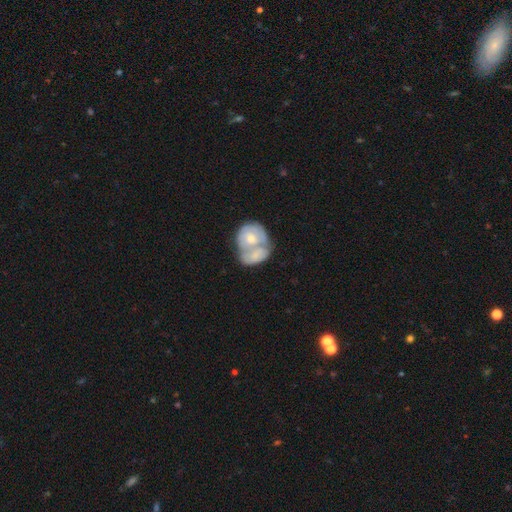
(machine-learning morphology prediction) type=smooth (52%); roundness=round (54%); merging=merger (75%).